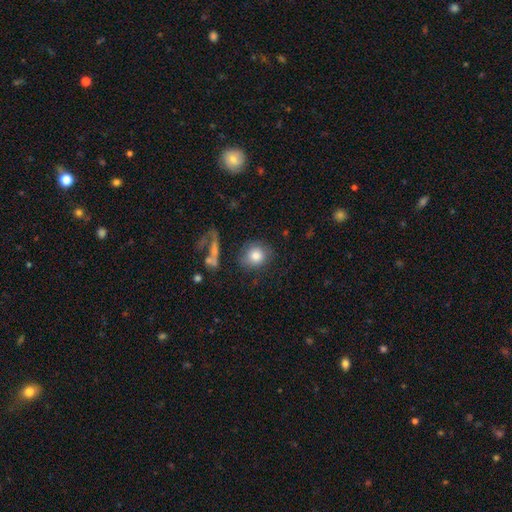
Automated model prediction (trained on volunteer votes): Q: Smooth or featured?
A: smooth (81%); runner-up: featured or disk (11%)
Q: How rounded?
A: round (81%); runner-up: in between (17%)
Q: Merging?
A: none (73%); runner-up: minor disturbance (16%)